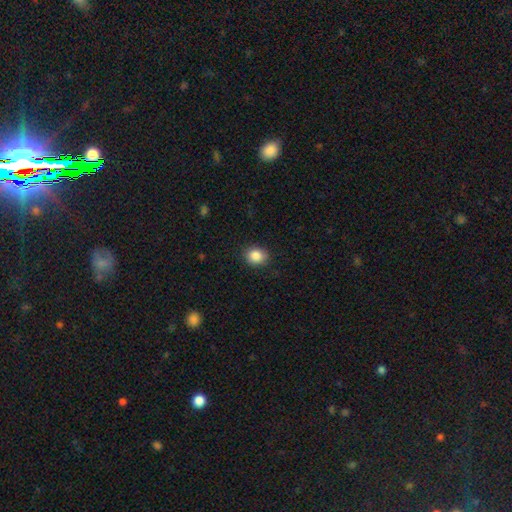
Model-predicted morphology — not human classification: The model was most divided on "how rounded": round: 67%, in between: 32%, cigar-shaped: 1%. More confident: merging — none (88%); smooth or featured — smooth (87%).